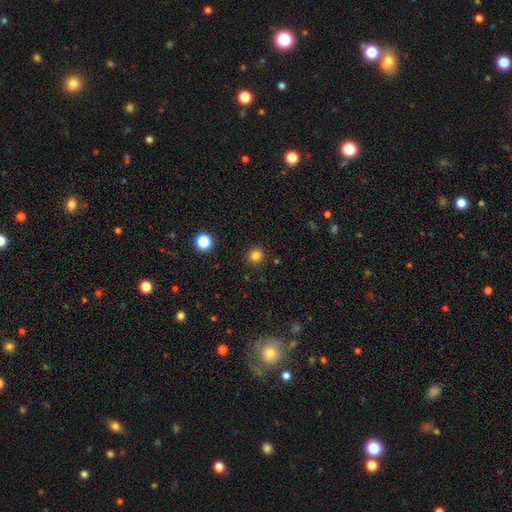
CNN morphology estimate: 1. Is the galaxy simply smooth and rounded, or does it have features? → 82% smooth, 14% star or artifact, 4% featured or disk.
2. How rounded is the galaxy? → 94% round, 5% in between, 1% cigar-shaped.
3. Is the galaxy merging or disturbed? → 91% none, 5% minor disturbance, 2% major disturbance, 1% merger.